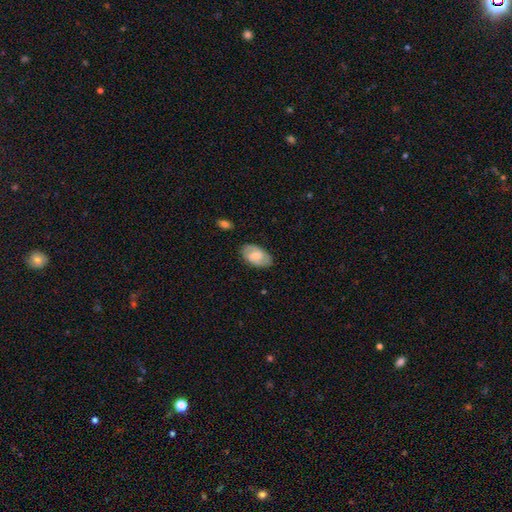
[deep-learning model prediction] A featured or disk galaxy (61%) with a weak bar (50%), spiral arms (84%) and a moderate central bulge (52%). Merging: none (82%).